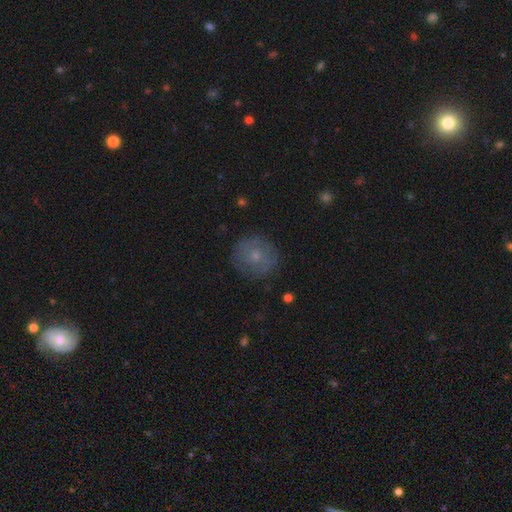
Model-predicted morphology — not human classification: Smooth or featured? smooth (58%)
How rounded? round (88%)
Merging? none (82%)